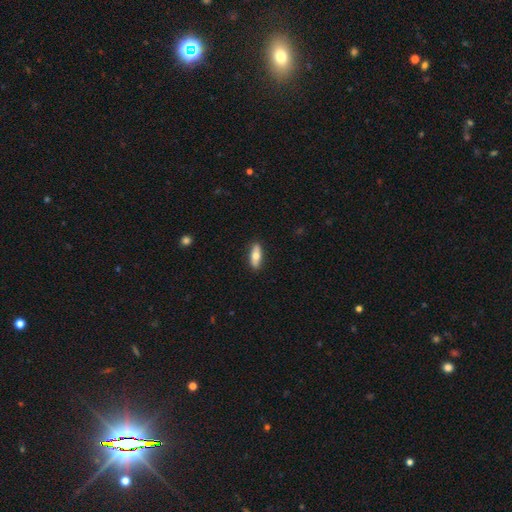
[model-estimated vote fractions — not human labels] The model was most divided on "how rounded": in between: 60%, cigar-shaped: 37%, round: 3%. More confident: merging — none (89%); smooth or featured — smooth (66%).